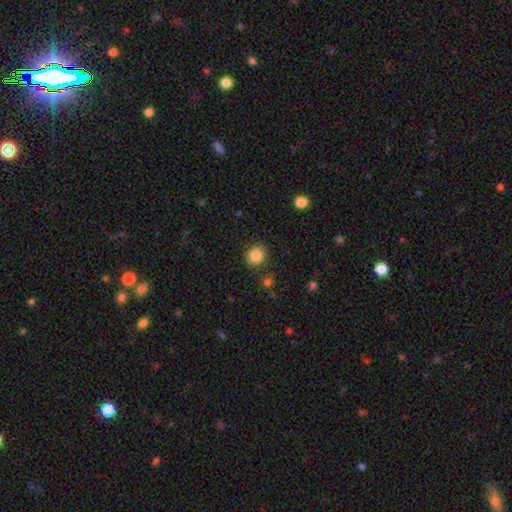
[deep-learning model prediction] This appears to be a smooth galaxy with no disk features (86%) that is round (79%). Merging: none (86%).